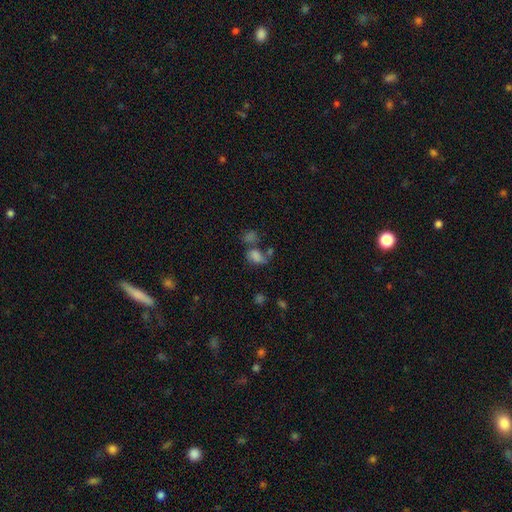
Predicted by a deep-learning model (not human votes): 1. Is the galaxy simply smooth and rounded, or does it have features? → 69% smooth, 16% star or artifact, 15% featured or disk.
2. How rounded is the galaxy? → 79% in between, 19% round, 2% cigar-shaped.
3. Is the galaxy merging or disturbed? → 38% merger, 31% none, 17% minor disturbance, 15% major disturbance.